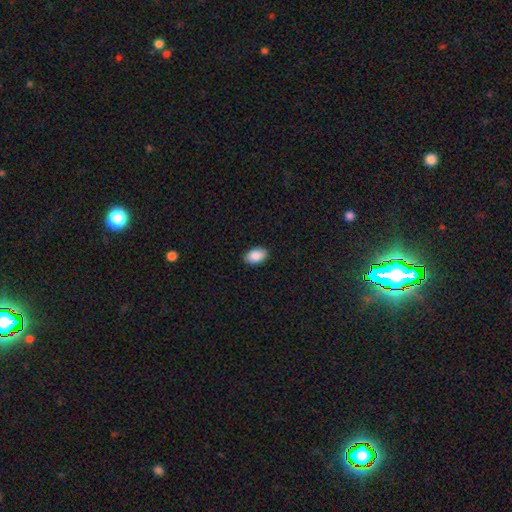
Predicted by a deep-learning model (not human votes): This is clearly a smooth galaxy (89%). How rounded: clearly in between (93%). Merging: clearly none (89%).